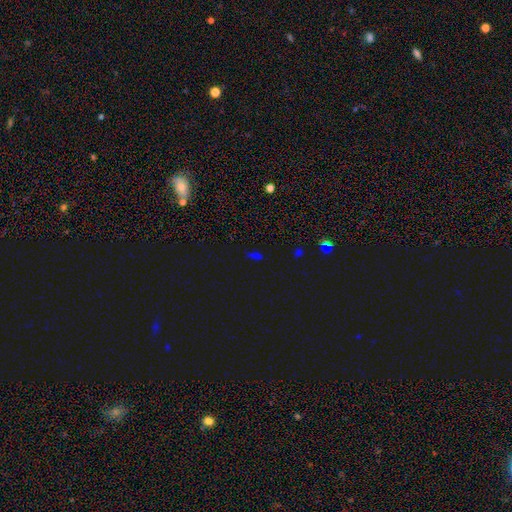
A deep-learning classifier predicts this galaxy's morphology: This is possibly a star or artifact rather than a galaxy (54%).